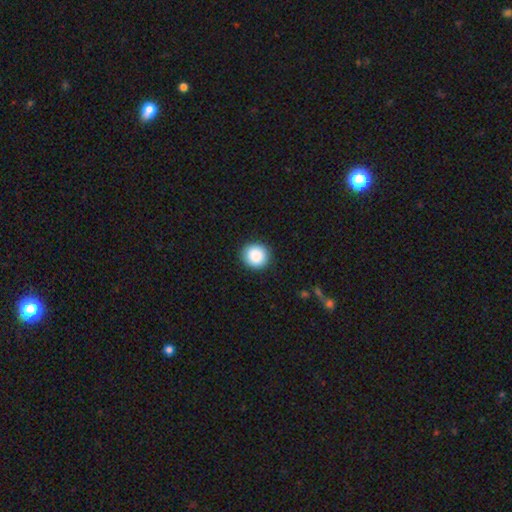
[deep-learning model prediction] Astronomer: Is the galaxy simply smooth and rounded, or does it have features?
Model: smooth — 88%.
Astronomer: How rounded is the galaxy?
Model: round — 93%.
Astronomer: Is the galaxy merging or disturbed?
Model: none — 92%.